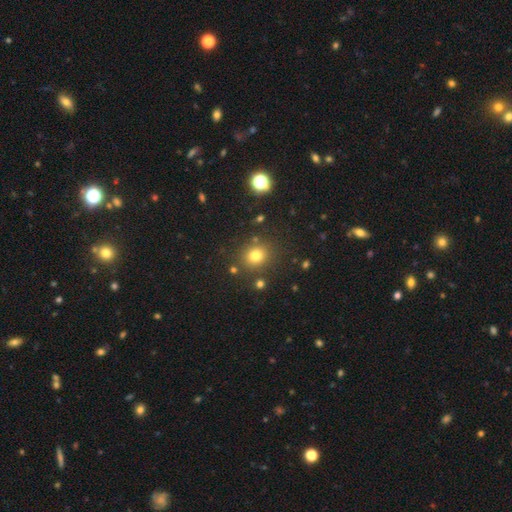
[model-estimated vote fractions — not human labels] Smooth or featured? smooth (76%)
How rounded? round (82%)
Merging? none (85%)